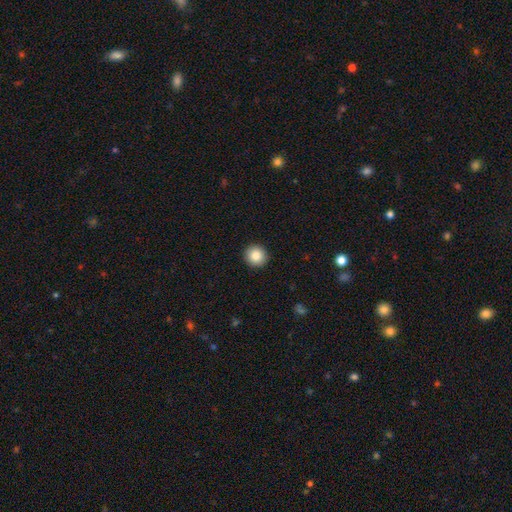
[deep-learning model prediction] smooth-or-featured: smooth: 85% | star or artifact: 9% | featured or disk: 6%
  how-rounded: round: 94% | in between: 5% | cigar-shaped: 1%
  merging: none: 93% | minor disturbance: 5% | major disturbance: 1% | merger: 1%